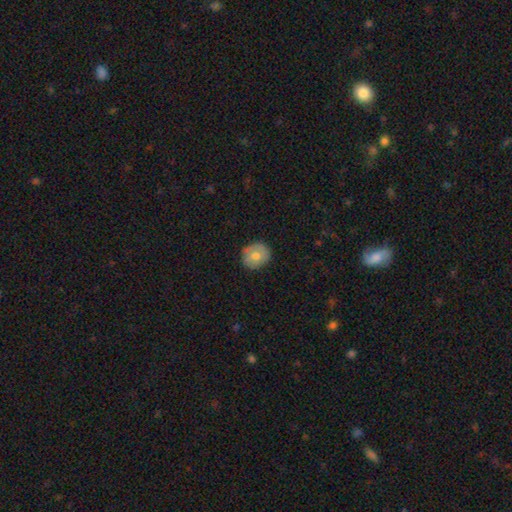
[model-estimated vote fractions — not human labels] smooth_or_featured: smooth (p=0.72) [alt: featured or disk p=0.21]
how_rounded: round (p=0.79) [alt: in between p=0.21]
merging: none (p=0.86) [alt: minor disturbance p=0.11]